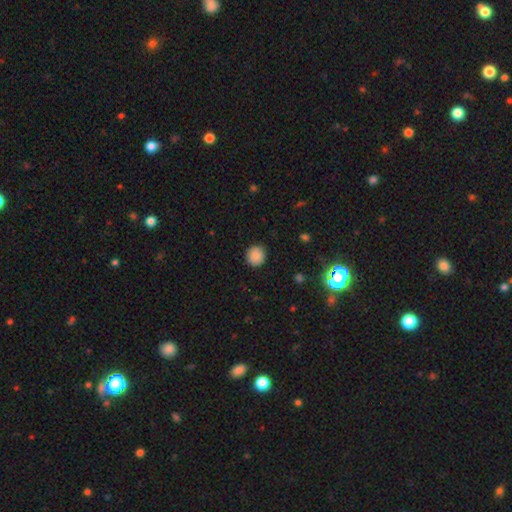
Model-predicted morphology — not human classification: The model was most divided on "smooth or featured": smooth: 87%, star or artifact: 9%, featured or disk: 4%. More confident: how rounded — round (92%); merging — none (90%).